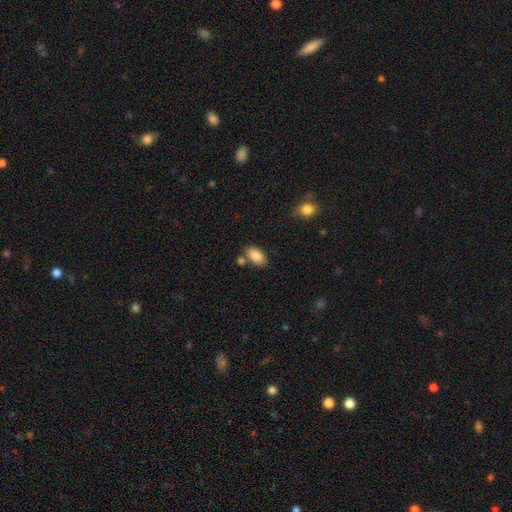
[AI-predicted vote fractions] Smooth or featured: smooth — 87% (star or artifact — 7%)
How rounded: in between — 93% (round — 5%)
Merging: none — 70% (minor disturbance — 14%)